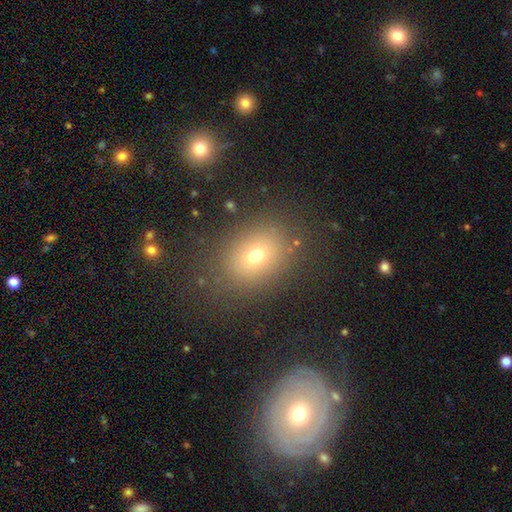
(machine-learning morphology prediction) The model was most divided on "how rounded": in between: 56%, round: 43%, cigar-shaped: 1%. More confident: merging — none (81%); smooth or featured — smooth (69%).